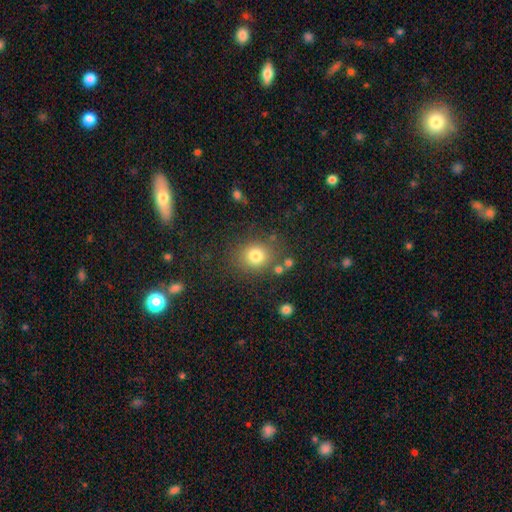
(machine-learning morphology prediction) type=smooth (79%); roundness=round (78%); merging=none (79%).